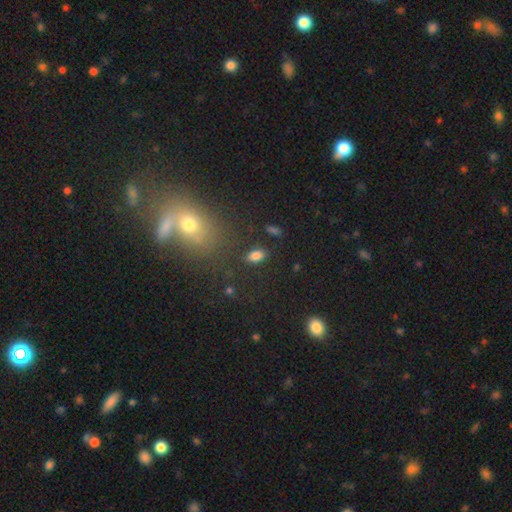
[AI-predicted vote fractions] smooth_or_featured: smooth (p=0.82) [alt: star or artifact p=0.12]
how_rounded: in between (p=0.89) [alt: round p=0.08]
merging: none (p=0.85) [alt: minor disturbance p=0.09]